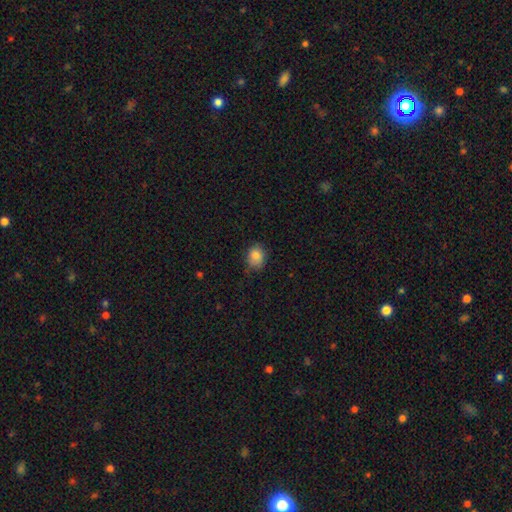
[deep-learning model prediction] The model was most divided on "how rounded": round: 57%, in between: 42%, cigar-shaped: 1%. More confident: smooth or featured — smooth (84%); merging — none (67%).